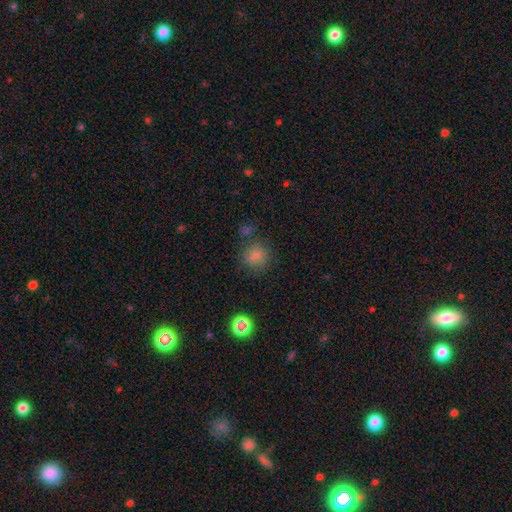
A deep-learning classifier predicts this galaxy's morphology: Smooth or featured?
  - smooth: 77% *
  - star or artifact: 15%
  - featured or disk: 8%
How rounded?
  - round: 89% *
  - in between: 10%
  - cigar-shaped: 1%
Merging?
  - none: 73% *
  - minor disturbance: 13%
  - merger: 9%
  - major disturbance: 5%